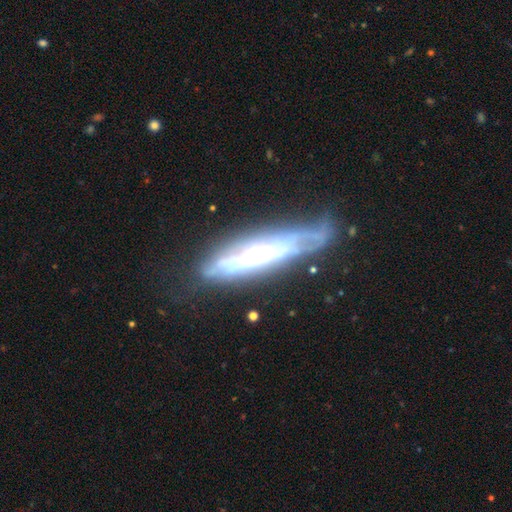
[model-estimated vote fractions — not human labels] Smooth or featured?
  - featured or disk: 78% *
  - smooth: 16%
  - star or artifact: 6%
Edge-on disk?
  - no: 50% * (tied)
  - yes: 50% * (tied)
Merging?
  - none: 61% *
  - minor disturbance: 24%
  - major disturbance: 12%
  - merger: 3%